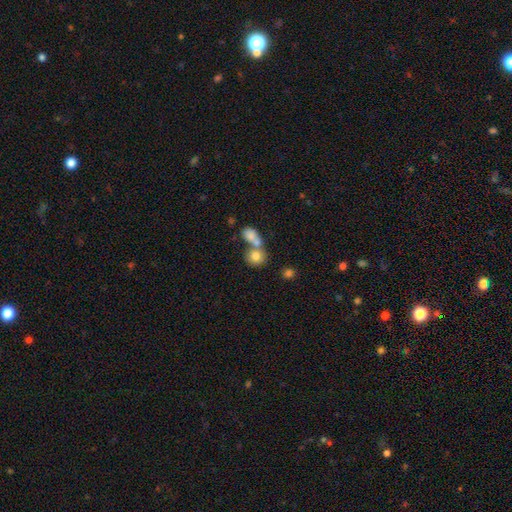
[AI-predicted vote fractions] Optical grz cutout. It shows a smooth galaxy with no disk features (76%) that is round (76%). Merging: merger (52%).